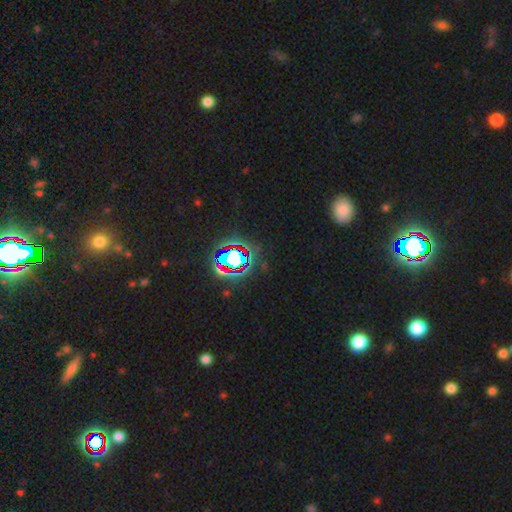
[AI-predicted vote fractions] Smooth or featured?
  - star or artifact: 77% *
  - smooth: 14%
  - featured or disk: 9%